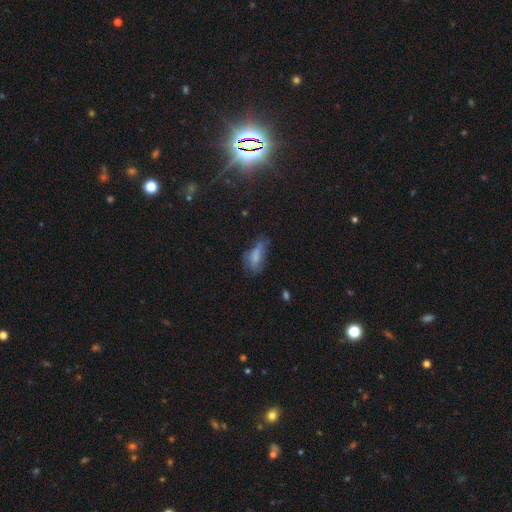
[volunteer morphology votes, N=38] A smooth galaxy with no disk features (63%) that is in between round and cigar-shaped (58%).

Vote fractions:
- Smooth or featured? smooth: 63% / featured or disk: 29% / star or artifact: 8%
- How rounded? in between: 58% / cigar-shaped: 38% / round: 4%
- Merging? major disturbance: 34% / minor disturbance: 31% / none: 26% / merger: 9%